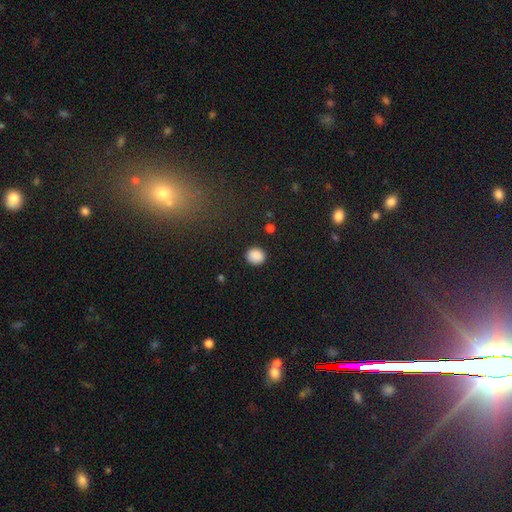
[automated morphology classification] Q: Smooth or featured?
A: smooth (88%); runner-up: star or artifact (9%)
Q: How rounded?
A: round (82%); runner-up: in between (17%)
Q: Merging?
A: none (90%); runner-up: minor disturbance (7%)